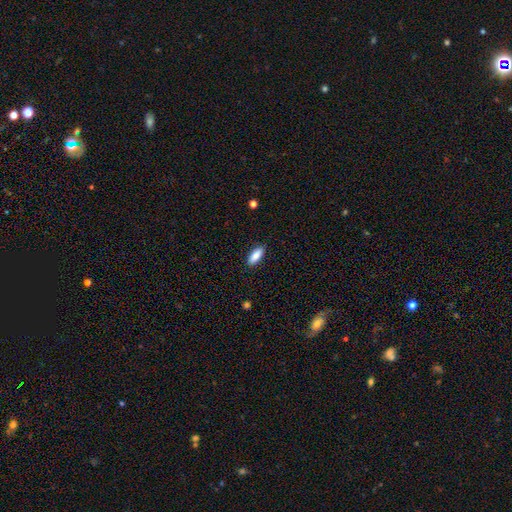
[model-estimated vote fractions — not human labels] Smooth or featured: smooth — 86% (featured or disk — 8%)
How rounded: in between — 75% (cigar-shaped — 23%)
Merging: none — 89% (minor disturbance — 8%)